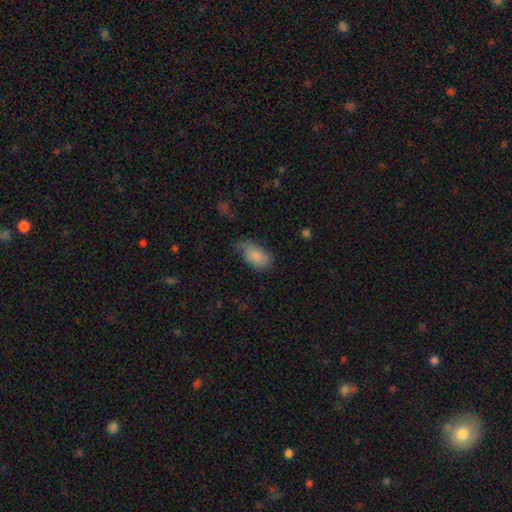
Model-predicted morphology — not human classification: The model was most divided on "merging": none: 42%, minor disturbance: 39%, major disturbance: 17%, merger: 2%. More confident: how rounded — in between (93%); smooth or featured — smooth (82%).